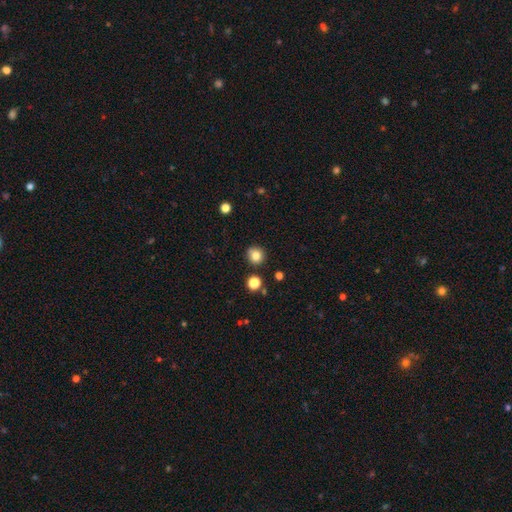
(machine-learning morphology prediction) Smooth or featured? smooth (82%)
How rounded? round (91%)
Merging? none (87%)